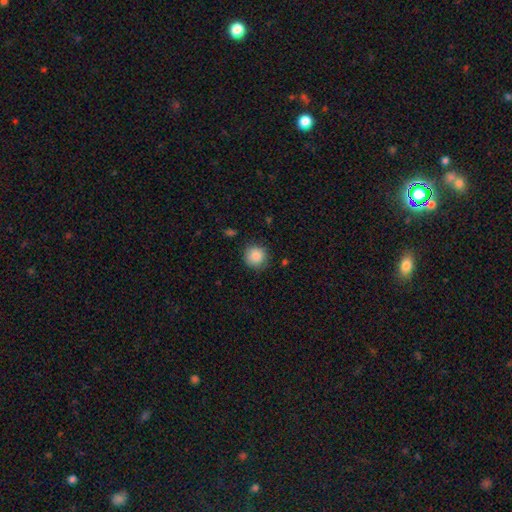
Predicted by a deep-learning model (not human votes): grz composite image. It shows a smooth galaxy with no disk features (87%) that is round (93%). Merging: none (84%).